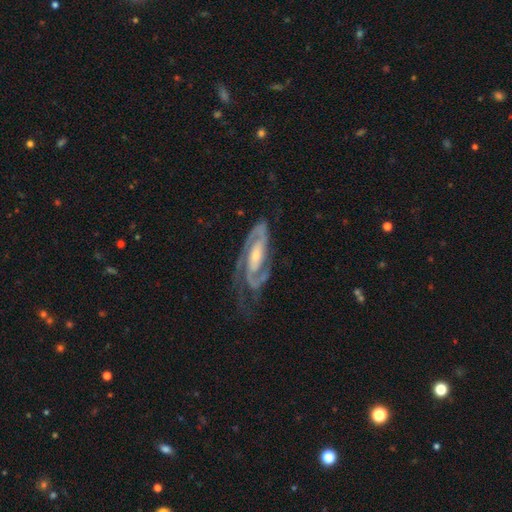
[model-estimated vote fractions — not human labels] This appears to be a featured or disk galaxy (91%) with no bar (37%), 2 (85%) tight (53%) spiral arms (98%) and a small central bulge (49%). Merging: none (64%).